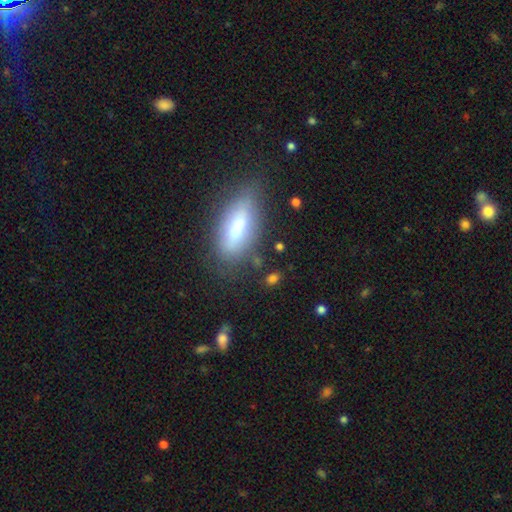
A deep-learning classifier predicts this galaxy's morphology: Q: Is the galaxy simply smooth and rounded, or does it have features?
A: smooth — 66%.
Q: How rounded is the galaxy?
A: in between — 61%.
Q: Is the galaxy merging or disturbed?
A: none — 74%.